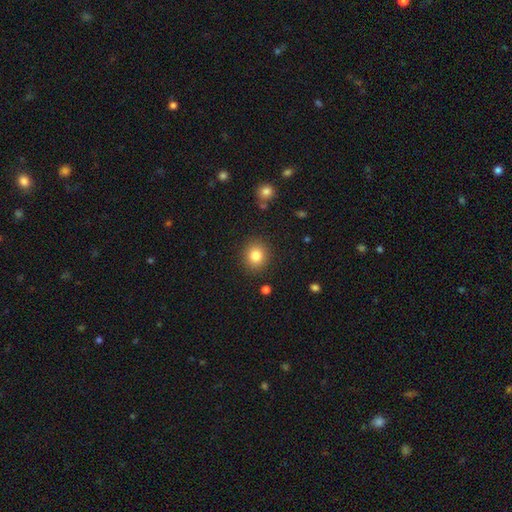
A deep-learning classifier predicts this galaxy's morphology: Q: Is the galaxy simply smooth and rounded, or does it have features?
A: smooth — 83%.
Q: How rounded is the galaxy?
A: round — 80%.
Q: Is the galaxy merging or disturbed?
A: none — 88%.